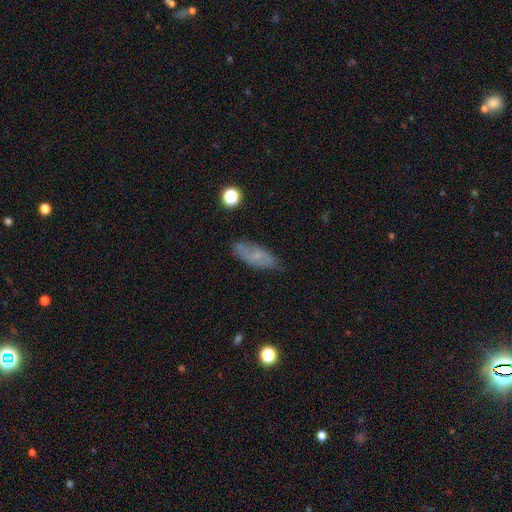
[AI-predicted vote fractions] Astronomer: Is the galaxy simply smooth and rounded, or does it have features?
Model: smooth — 56% (runner-up: featured or disk, 35%).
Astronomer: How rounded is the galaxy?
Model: in between — 72%.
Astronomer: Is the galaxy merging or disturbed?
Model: none — 76%.